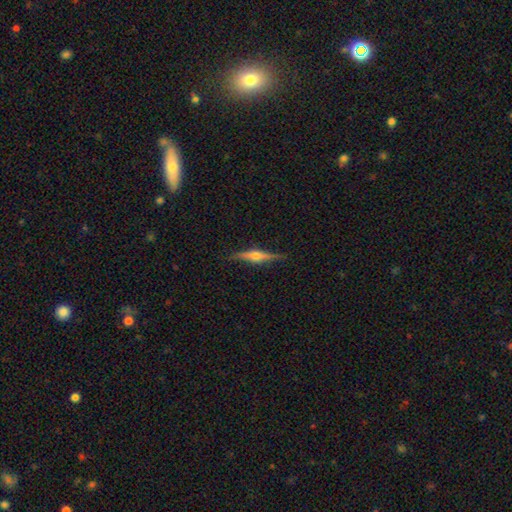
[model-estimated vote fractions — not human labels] The model was most divided on "smooth or featured": featured or disk: 75%, smooth: 19%, star or artifact: 6%. More confident: edge-on disk — yes (98%); edge-on bulge — rounded (90%); merging — none (87%).